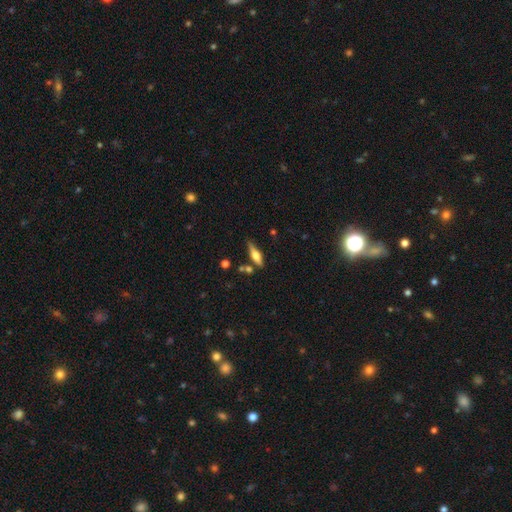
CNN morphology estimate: Q: Smooth or featured?
A: smooth (47%); runner-up: featured or disk (46%)
Q: Merging?
A: none (70%); runner-up: minor disturbance (18%)